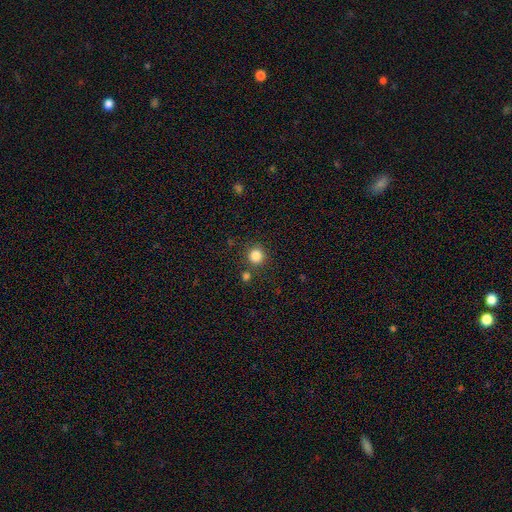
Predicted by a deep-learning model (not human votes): A smooth galaxy with no disk features (84%) that is round (93%). Merging: none (84%).